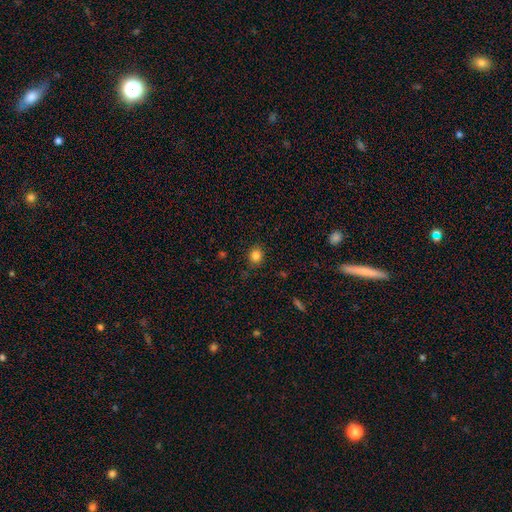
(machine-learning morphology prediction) This is clearly a smooth galaxy (84%). How rounded: likely round (70%). Merging: clearly none (85%).